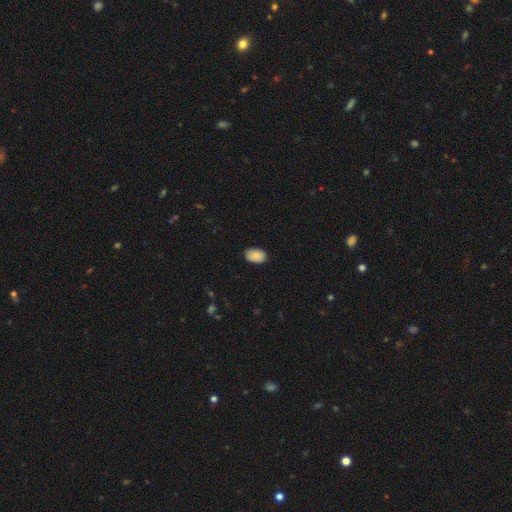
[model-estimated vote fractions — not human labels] smooth-or-featured: smooth: 88% | star or artifact: 7% | featured or disk: 5%
  how-rounded: in between: 90% | round: 9% | cigar-shaped: 1%
  merging: none: 87% | minor disturbance: 10% | major disturbance: 2% | merger: 1%